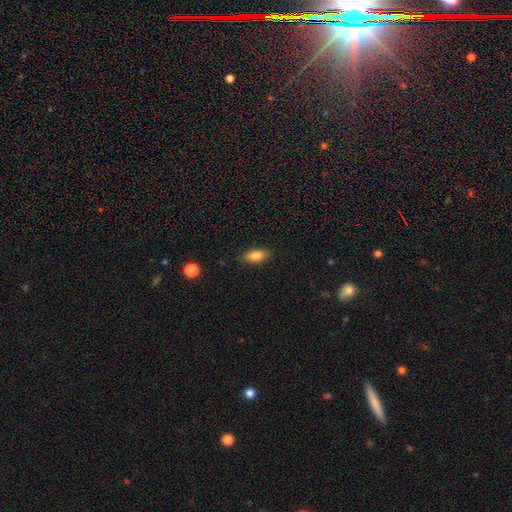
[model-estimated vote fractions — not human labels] Smooth or featured?
  - smooth: 84% *
  - featured or disk: 9%
  - star or artifact: 8%
How rounded?
  - in between: 83% *
  - cigar-shaped: 13%
  - round: 3%
Merging?
  - none: 85% *
  - minor disturbance: 11%
  - major disturbance: 3%
  - merger: 1%